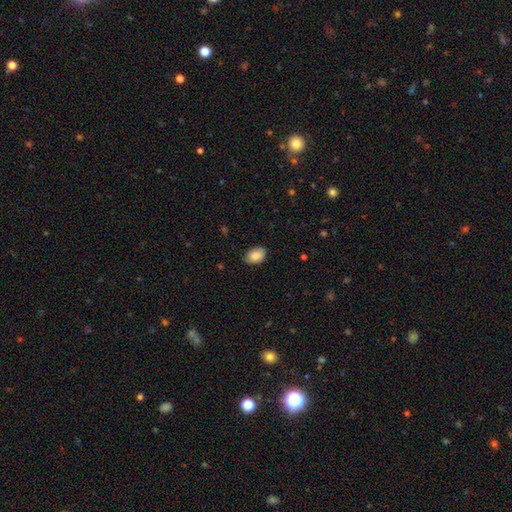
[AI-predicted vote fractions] A smooth galaxy with no disk features (87%) that is in between round and cigar-shaped (84%).

Vote fractions:
- Smooth or featured? smooth: 87% / star or artifact: 7% / featured or disk: 6%
- How rounded? in between: 84% / round: 15% / cigar-shaped: 1%
- Merging? none: 79% / minor disturbance: 17% / major disturbance: 3% / merger: 1%